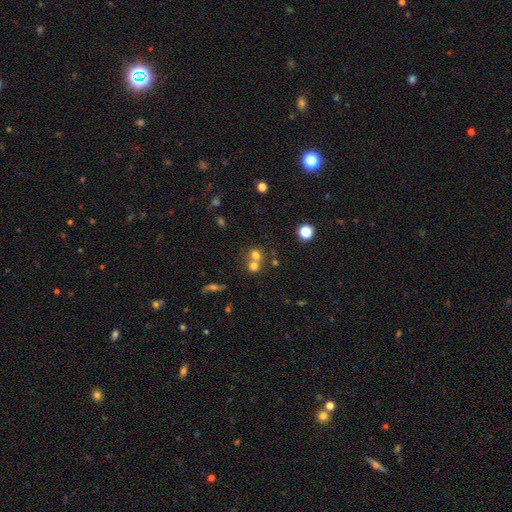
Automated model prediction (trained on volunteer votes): Smooth or featured: smooth — 67% (star or artifact — 17%)
How rounded: round — 79% (in between — 20%)
Merging: merger — 54% (none — 37%)